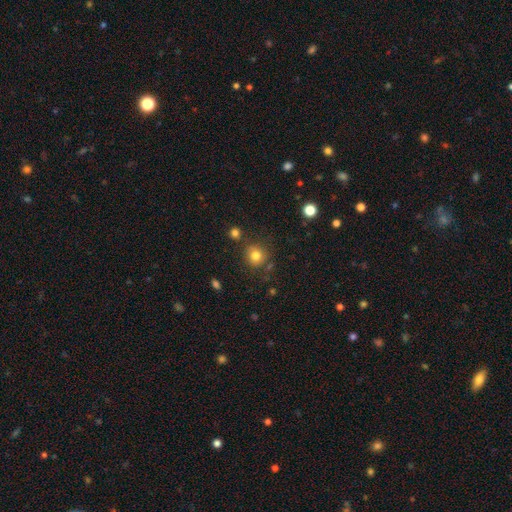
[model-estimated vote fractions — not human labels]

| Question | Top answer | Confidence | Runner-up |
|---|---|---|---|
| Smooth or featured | smooth | 79% | star or artifact (13%) |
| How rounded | round | 88% | in between (11%) |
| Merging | none | 80% | minor disturbance (11%) |